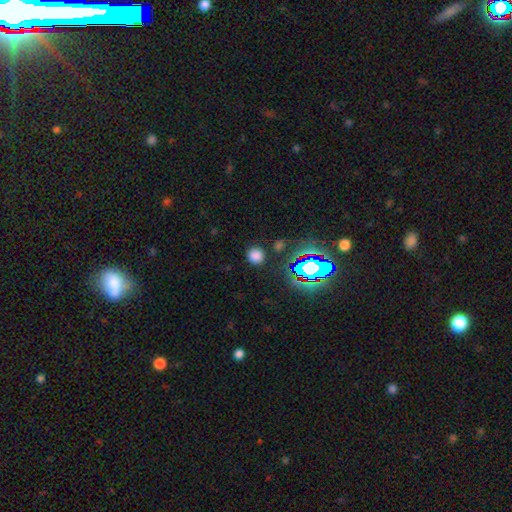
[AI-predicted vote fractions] Q: Smooth or featured?
A: smooth (71%); runner-up: star or artifact (22%)
Q: How rounded?
A: round (90%); runner-up: in between (9%)
Q: Merging?
A: none (86%); runner-up: minor disturbance (8%)